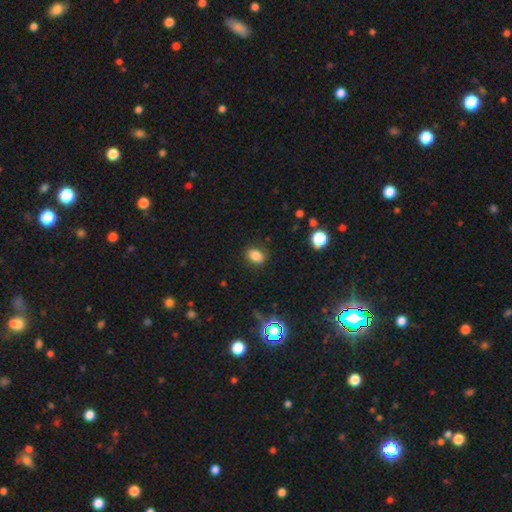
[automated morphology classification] Smooth or featured? Predicted: smooth (p=0.84). How rounded? Predicted: in between (p=0.73). Merging? Predicted: none (p=0.86).